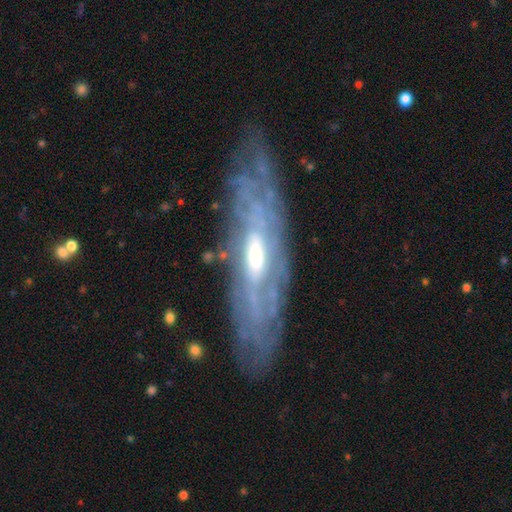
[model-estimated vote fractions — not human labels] featured or disk 81%, smooth 13%, star or artifact 6%. Down the decision tree: edge-on disk — no (66%); bar — no (57%); spiral arms — yes (77%); bulge size — moderate (56%); merging — none (72%).